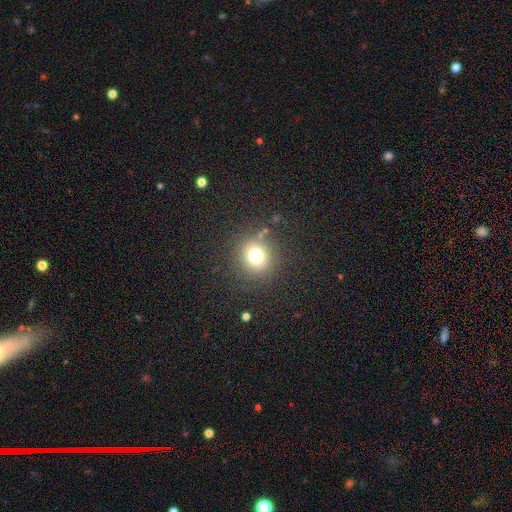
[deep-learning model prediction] Morphology: type=smooth (74%); roundness=round (88%); merging=none (84%).